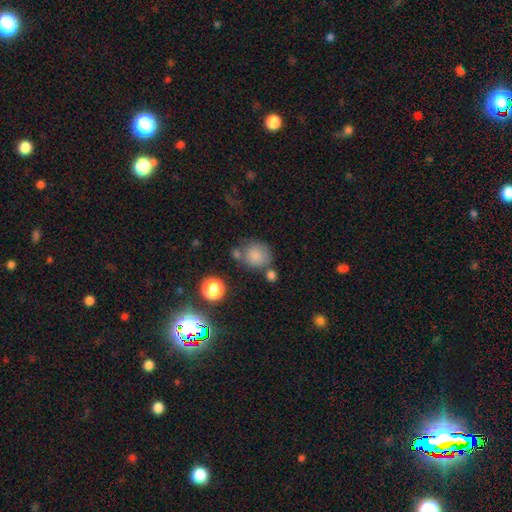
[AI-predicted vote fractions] Morphology: type=smooth (81%); roundness=round (81%); merging=none (58%).